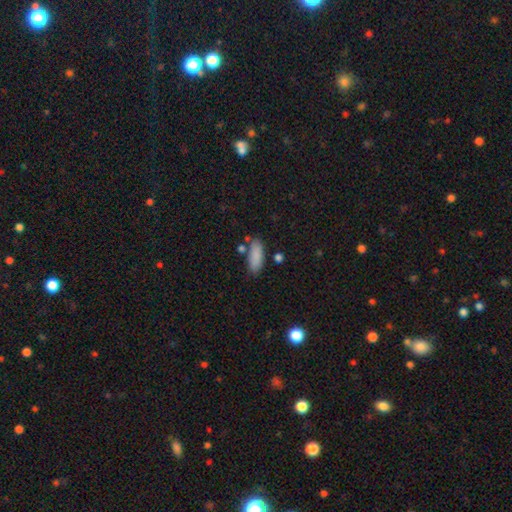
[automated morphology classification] smooth_or_featured: smooth (p=0.87) [alt: star or artifact p=0.07]
how_rounded: in between (p=0.79) [alt: cigar-shaped p=0.19]
merging: none (p=0.75) [alt: minor disturbance p=0.14]